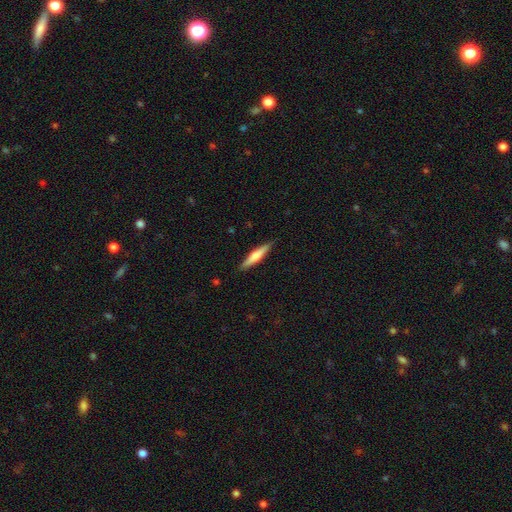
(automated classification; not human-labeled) Overall: smooth (52%; featured or disk 43%). How rounded: cigar-shaped (89%). Merging: none (89%).